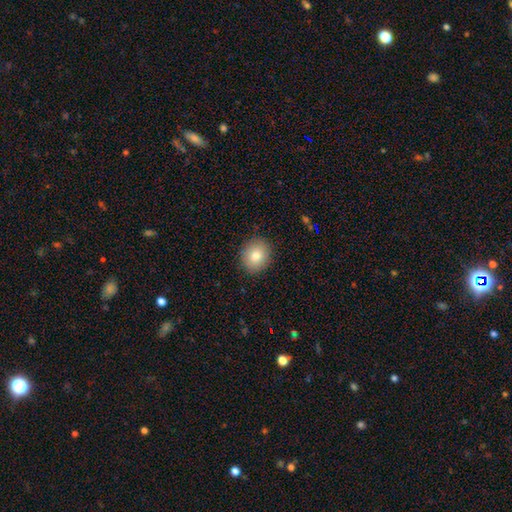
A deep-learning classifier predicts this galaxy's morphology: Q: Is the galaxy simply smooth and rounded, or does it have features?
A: smooth — 82%.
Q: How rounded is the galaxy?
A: round — 66%.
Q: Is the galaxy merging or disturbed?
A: none — 89%.